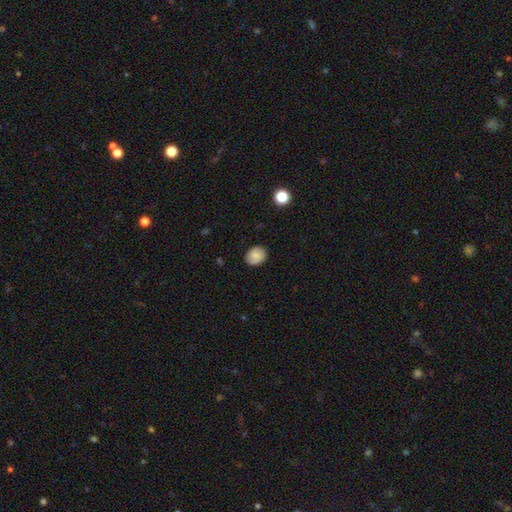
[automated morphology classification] Q: Smooth or featured?
A: smooth (69%); runner-up: featured or disk (22%)
Q: How rounded?
A: in between (51%); runner-up: round (48%)
Q: Merging?
A: none (82%); runner-up: minor disturbance (14%)